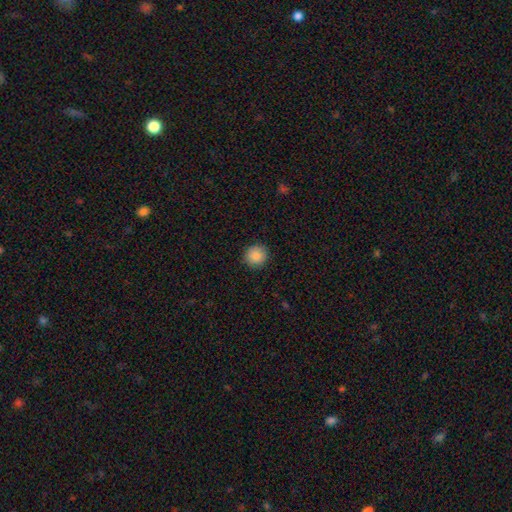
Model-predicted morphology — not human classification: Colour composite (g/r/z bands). It shows a smooth galaxy with no disk features (88%) that is round (93%). Merging: none (91%).